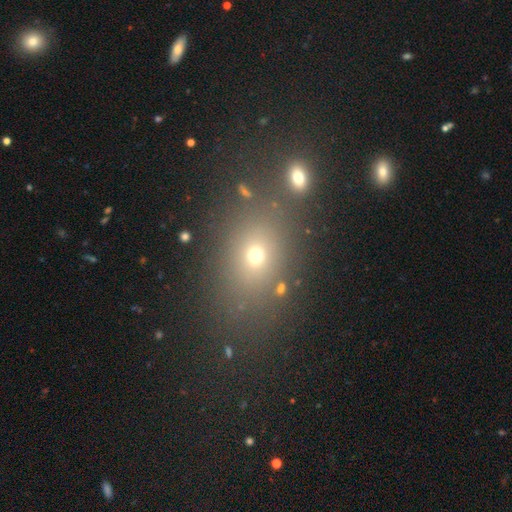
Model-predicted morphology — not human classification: type=smooth (61%); roundness=in between (59%); merging=none (77%).